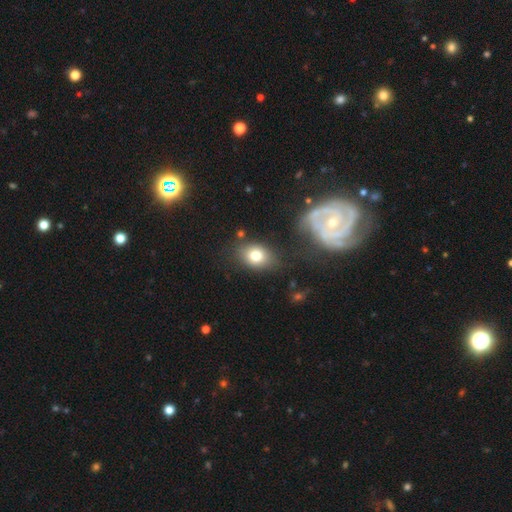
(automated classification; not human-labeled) A smooth galaxy with no disk features (78%) that is in between round and cigar-shaped (68%).

Vote fractions:
- Smooth or featured? smooth: 78% / featured or disk: 12% / star or artifact: 10%
- How rounded? in between: 68% / round: 30% / cigar-shaped: 1%
- Merging? none: 75% / minor disturbance: 15% / merger: 5% / major disturbance: 5%